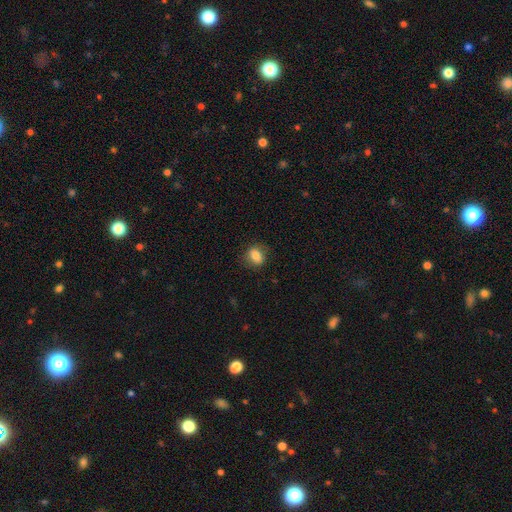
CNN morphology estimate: smooth 80%, featured or disk 11%, star or artifact 9%. Down the decision tree: how rounded — in between (56%); merging — none (79%).